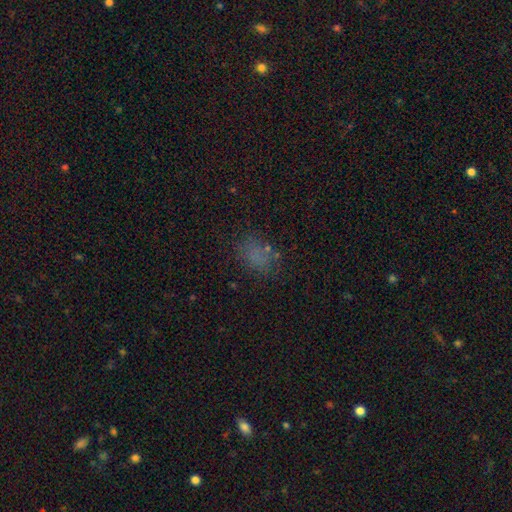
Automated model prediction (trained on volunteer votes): A smooth galaxy with no disk features (67%) that is in between round and cigar-shaped (71%).

Vote fractions:
- Smooth or featured? smooth: 67% / star or artifact: 22% / featured or disk: 12%
- How rounded? in between: 71% / round: 27% / cigar-shaped: 2%
- Merging? none: 68% / minor disturbance: 18% / major disturbance: 10% / merger: 4%